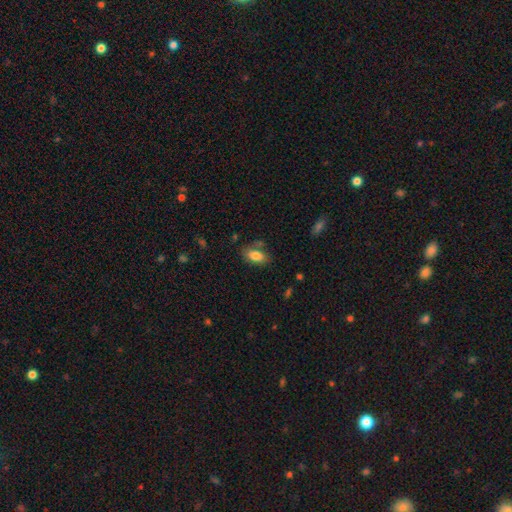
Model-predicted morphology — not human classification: A smooth galaxy with no disk features (81%) that is in between round and cigar-shaped (90%). Merging: none (70%).